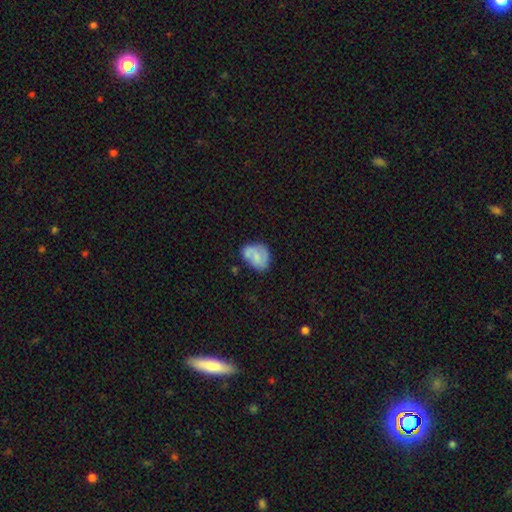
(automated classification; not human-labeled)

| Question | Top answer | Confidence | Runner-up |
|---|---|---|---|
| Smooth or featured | smooth | 58% | featured or disk (34%) |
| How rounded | in between | 64% | round (34%) |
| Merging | none | 44% | minor disturbance (30%) |